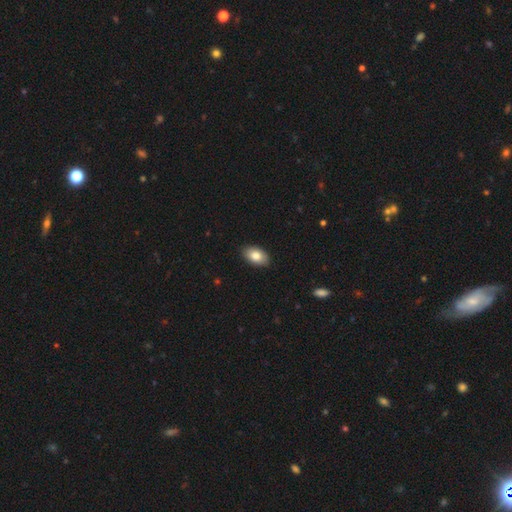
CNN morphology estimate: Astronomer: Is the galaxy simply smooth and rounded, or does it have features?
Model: smooth — 82%.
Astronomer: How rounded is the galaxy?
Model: in between — 93%.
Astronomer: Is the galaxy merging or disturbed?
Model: none — 89%.